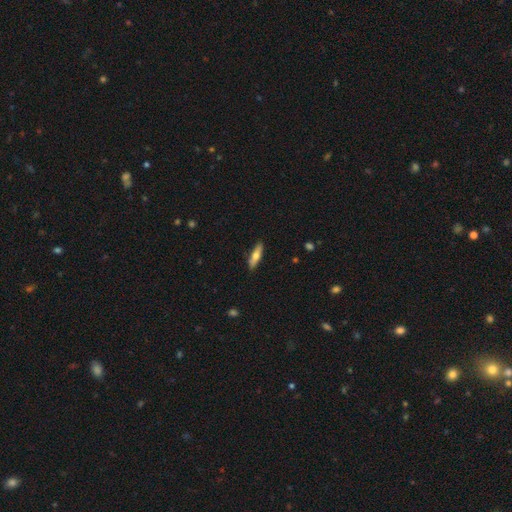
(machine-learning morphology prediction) smooth-or-featured: smooth: 61% | featured or disk: 34% | star or artifact: 6%
  how-rounded: cigar-shaped: 67% | in between: 31% | round: 2%
  merging: none: 88% | minor disturbance: 9% | major disturbance: 2% | merger: 1%